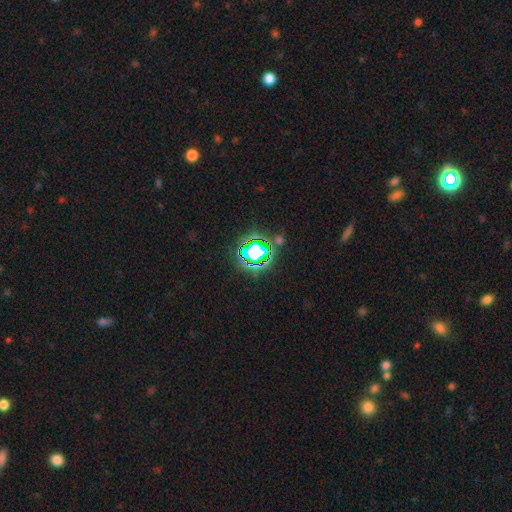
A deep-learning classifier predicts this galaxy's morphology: type=star or artifact (65%).